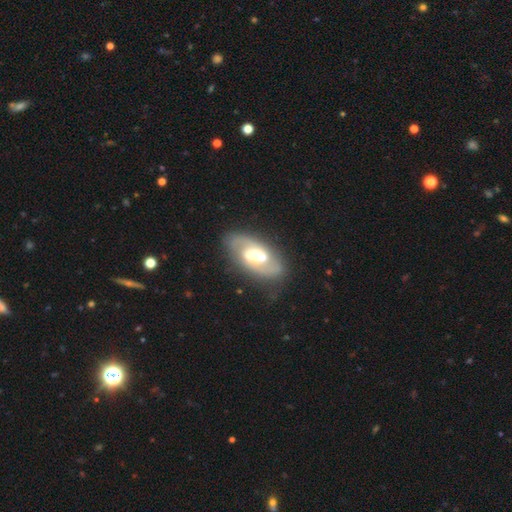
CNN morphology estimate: This appears to be a featured or disk galaxy (76%) with a weak bar (43%), 2 (84%) medium (47%) spiral arms (79%) and a moderate central bulge (60%). Merging: none (75%).